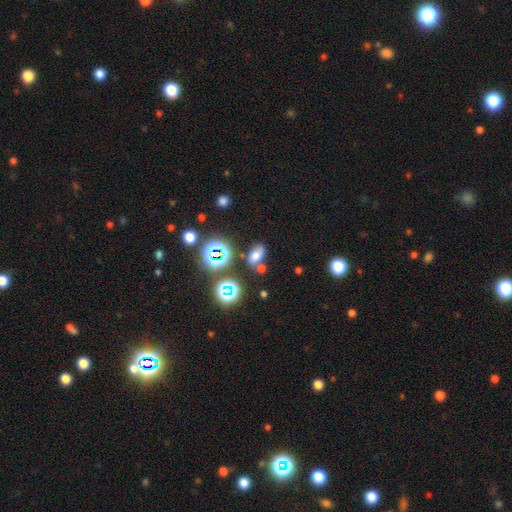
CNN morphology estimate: Smooth or featured?
  - smooth: 65% *
  - star or artifact: 25%
  - featured or disk: 9%
How rounded?
  - in between: 86% *
  - round: 12%
  - cigar-shaped: 2%
Merging?
  - none: 70% *
  - minor disturbance: 13%
  - merger: 12%
  - major disturbance: 5%